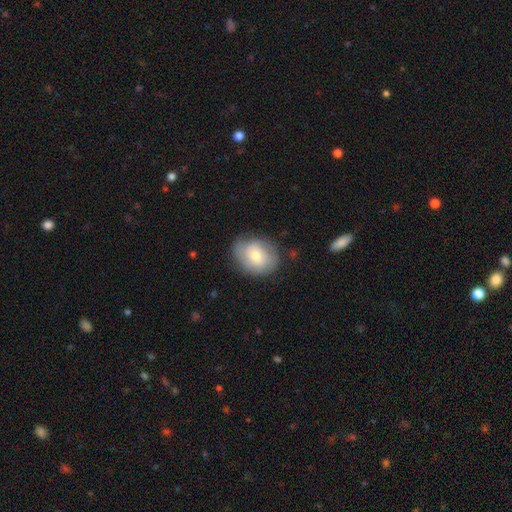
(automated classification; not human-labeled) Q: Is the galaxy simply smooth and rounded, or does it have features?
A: smooth — 53%.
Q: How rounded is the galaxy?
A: in between — 50%.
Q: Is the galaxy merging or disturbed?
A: none — 72%.